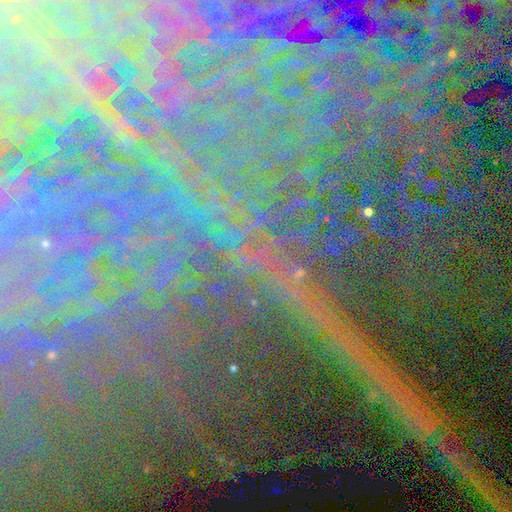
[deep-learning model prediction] Smooth or featured? Predicted: star or artifact (p=0.75).